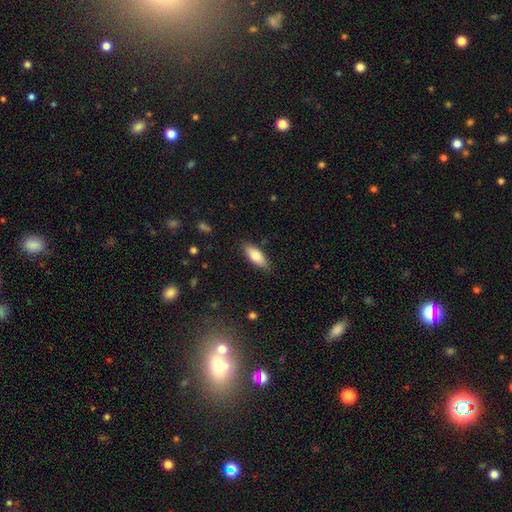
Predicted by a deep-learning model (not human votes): Smooth or featured? smooth (81%)
How rounded? in between (71%)
Merging? none (85%)